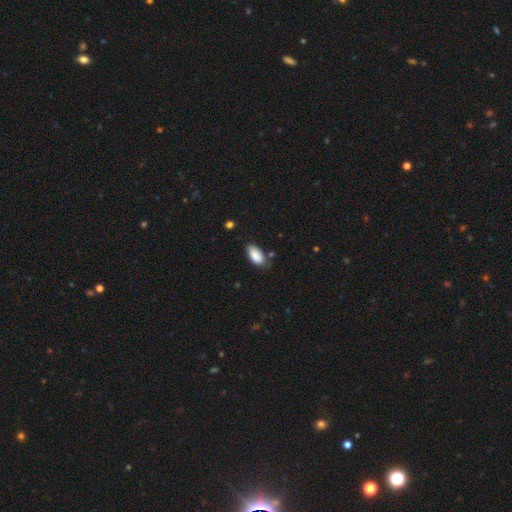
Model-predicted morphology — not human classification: The model was most divided on "merging": none: 71%, minor disturbance: 22%, major disturbance: 4%, merger: 3%. More confident: how rounded — in between (93%); smooth or featured — smooth (88%).